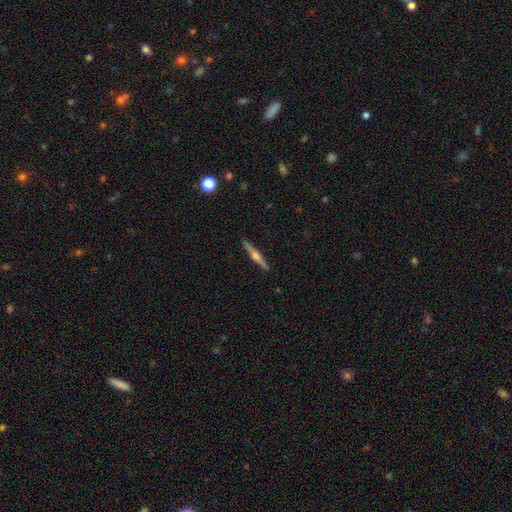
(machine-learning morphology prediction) Smooth or featured?
  - featured or disk: 71% *
  - smooth: 23%
  - star or artifact: 6%
Edge-on disk?
  - yes: 98% *
  - no: 2%
Edge-on bulge?
  - rounded: 89% *
  - boxy: 6%
  - none: 4%
Merging?
  - none: 91% *
  - minor disturbance: 6%
  - major disturbance: 1%
  - merger: 1%